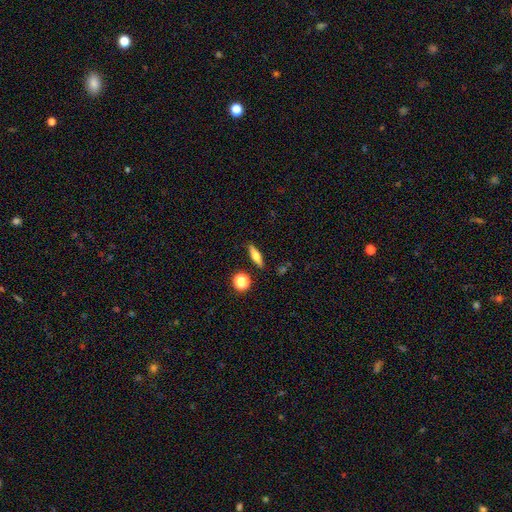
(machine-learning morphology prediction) Smooth or featured: smooth — 53% (featured or disk — 38%)
How rounded: cigar-shaped — 54% (in between — 39%)
Merging: none — 86% (minor disturbance — 9%)